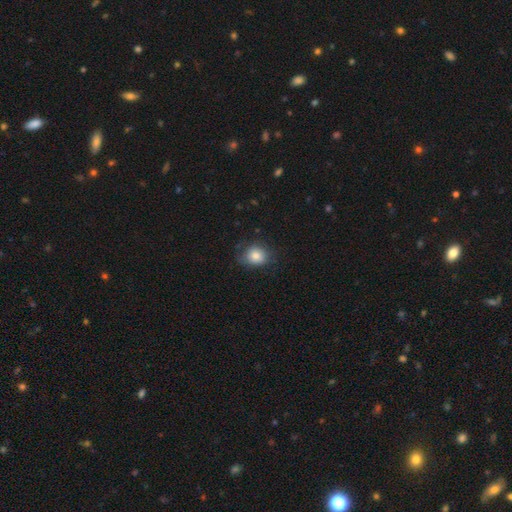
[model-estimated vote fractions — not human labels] This is clearly a smooth galaxy (83%). How rounded: likely round (64%). Merging: likely none (70%).